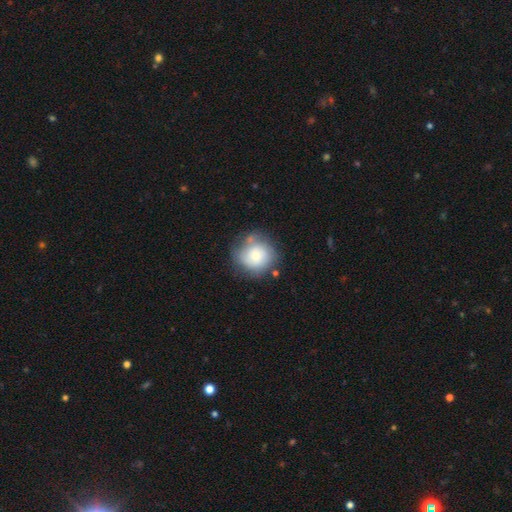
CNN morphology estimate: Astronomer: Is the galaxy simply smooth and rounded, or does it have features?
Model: smooth — 66%.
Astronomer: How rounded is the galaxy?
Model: round — 86%.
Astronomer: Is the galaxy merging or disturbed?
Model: none — 60%.